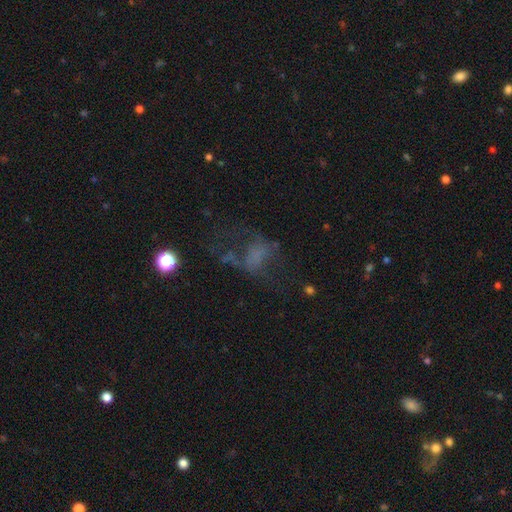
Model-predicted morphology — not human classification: This appears to be a featured or disk galaxy (39%). Merging: major disturbance (42%).